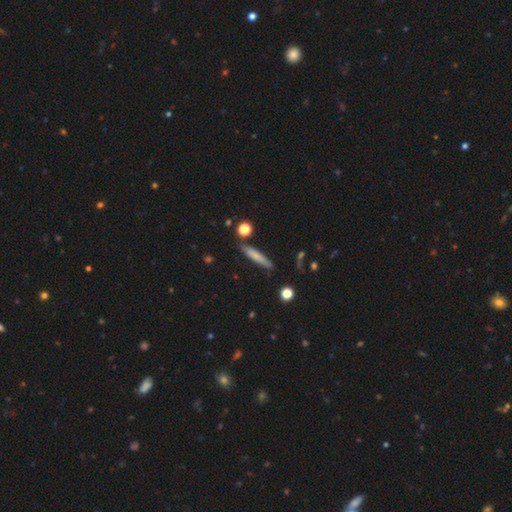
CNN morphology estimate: A smooth galaxy with no disk features (69%) that is cigar-shaped (90%).

Vote fractions:
- Smooth or featured? smooth: 69% / featured or disk: 23% / star or artifact: 7%
- How rounded? cigar-shaped: 90% / in between: 8% / round: 2%
- Merging? none: 82% / minor disturbance: 12% / merger: 4% / major disturbance: 3%